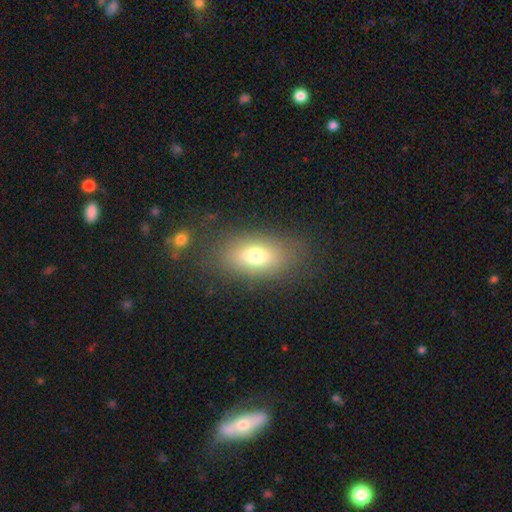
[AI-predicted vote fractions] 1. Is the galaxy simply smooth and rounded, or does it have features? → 72% smooth, 17% featured or disk, 11% star or artifact.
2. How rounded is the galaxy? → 84% in between, 12% round, 5% cigar-shaped.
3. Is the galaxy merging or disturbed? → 79% none, 12% minor disturbance, 6% major disturbance, 3% merger.